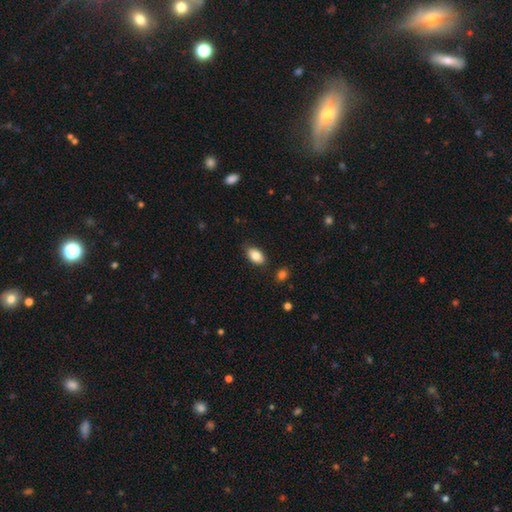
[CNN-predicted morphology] Smooth or featured: smooth — 84% (featured or disk — 8%)
How rounded: in between — 91% (round — 6%)
Merging: none — 82% (minor disturbance — 13%)